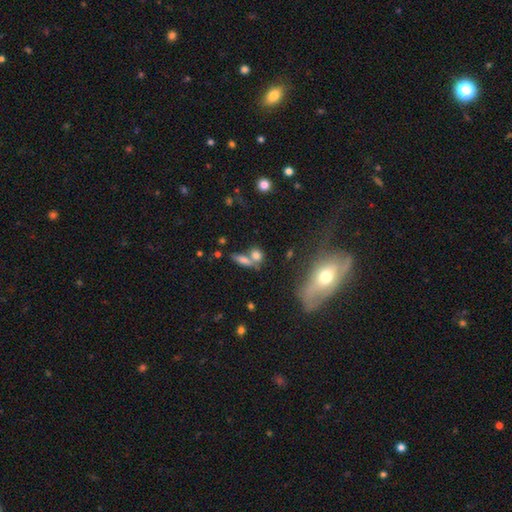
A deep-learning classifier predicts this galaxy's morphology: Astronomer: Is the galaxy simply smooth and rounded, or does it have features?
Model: smooth — 72%.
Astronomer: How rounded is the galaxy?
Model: in between — 49% (runner-up: round, 33%).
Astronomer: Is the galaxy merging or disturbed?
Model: none — 48% (runner-up: merger, 37%).